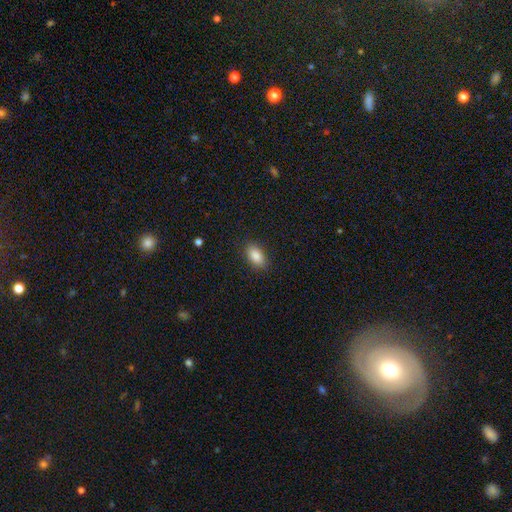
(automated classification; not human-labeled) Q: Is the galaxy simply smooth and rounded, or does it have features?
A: smooth — 87%.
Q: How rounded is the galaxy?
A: in between — 90%.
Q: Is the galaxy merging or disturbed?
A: none — 88%.